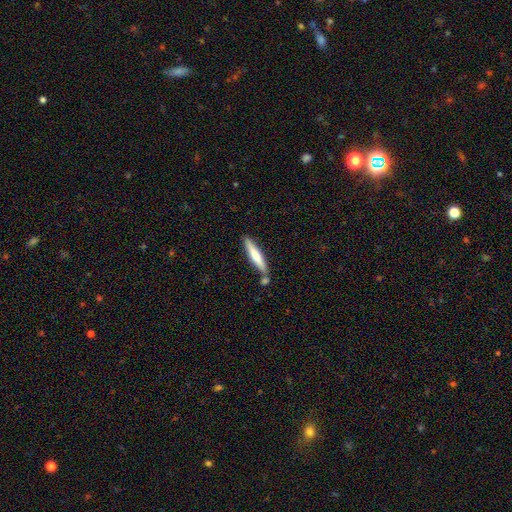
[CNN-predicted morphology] Smooth or featured?
  - smooth: 62% *
  - featured or disk: 33%
  - star or artifact: 5%
How rounded?
  - cigar-shaped: 90% *
  - in between: 8%
  - round: 1%
Merging?
  - none: 71% *
  - merger: 13%
  - minor disturbance: 13%
  - major disturbance: 3%